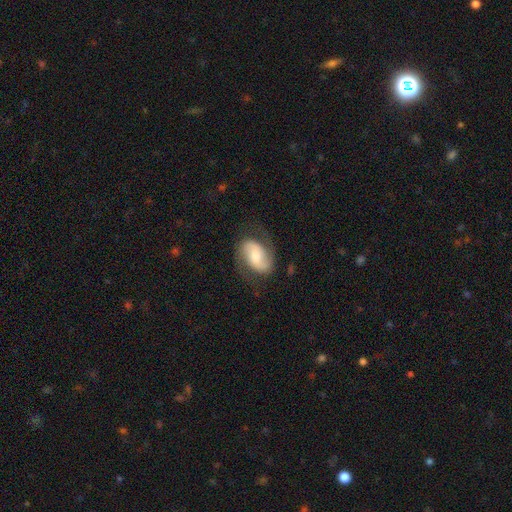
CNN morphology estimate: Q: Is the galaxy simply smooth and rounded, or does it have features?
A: featured or disk — 66%.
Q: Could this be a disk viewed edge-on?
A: no — 97%.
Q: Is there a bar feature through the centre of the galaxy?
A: weak — 41%.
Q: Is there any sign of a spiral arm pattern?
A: yes — 91%.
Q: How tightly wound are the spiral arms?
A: medium — 44%.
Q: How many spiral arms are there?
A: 2 — 88%.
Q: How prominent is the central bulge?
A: moderate — 56%.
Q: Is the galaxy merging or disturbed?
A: none — 69%.